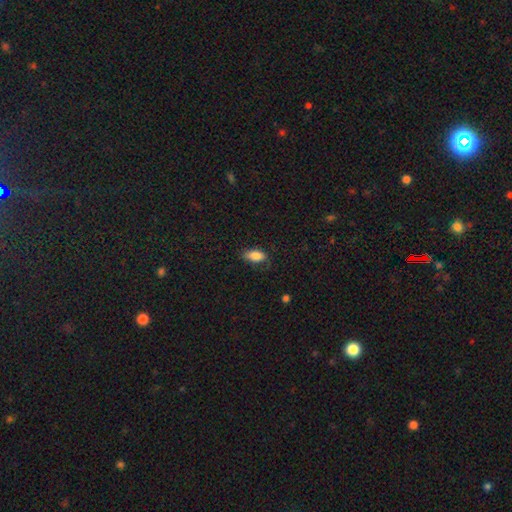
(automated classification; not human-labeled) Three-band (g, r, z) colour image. It shows a smooth galaxy with no disk features (84%) that is in between round and cigar-shaped (87%). Merging: none (69%).